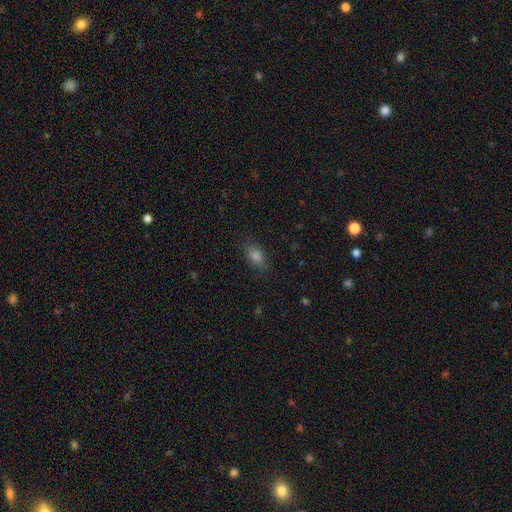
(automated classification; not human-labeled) Smooth or featured: smooth — 79% (star or artifact — 13%)
How rounded: in between — 83% (round — 10%)
Merging: none — 84% (minor disturbance — 12%)